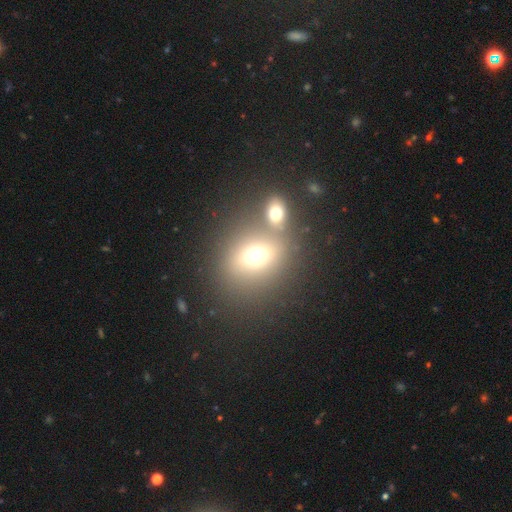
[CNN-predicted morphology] A smooth galaxy with no disk features (66%) that is in between round and cigar-shaped (51%). Merging: none (51%).